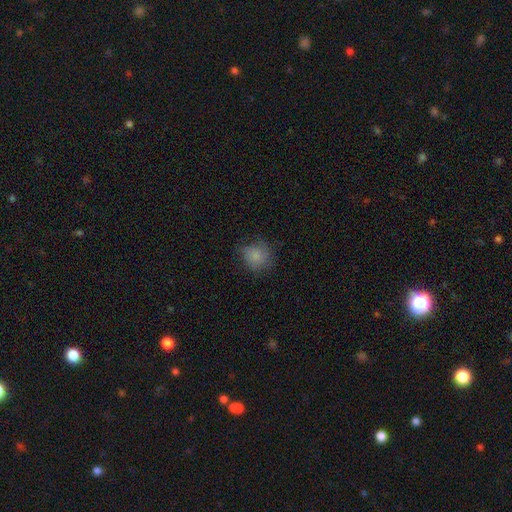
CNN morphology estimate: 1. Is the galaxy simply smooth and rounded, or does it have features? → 80% smooth, 10% star or artifact, 10% featured or disk.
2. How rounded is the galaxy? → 78% round, 21% in between, 1% cigar-shaped.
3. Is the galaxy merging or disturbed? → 64% none, 25% minor disturbance, 10% major disturbance, 1% merger.